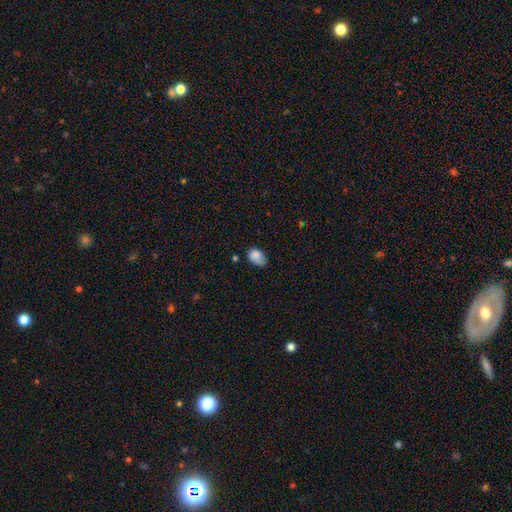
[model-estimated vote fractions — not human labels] Smooth or featured? smooth (83%)
How rounded? in between (84%)
Merging? none (51%)